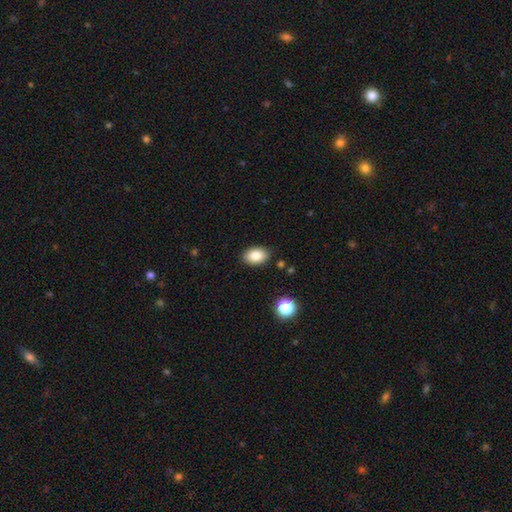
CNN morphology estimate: Overall: smooth (85%). How rounded: in between (88%). Merging: none (87%).